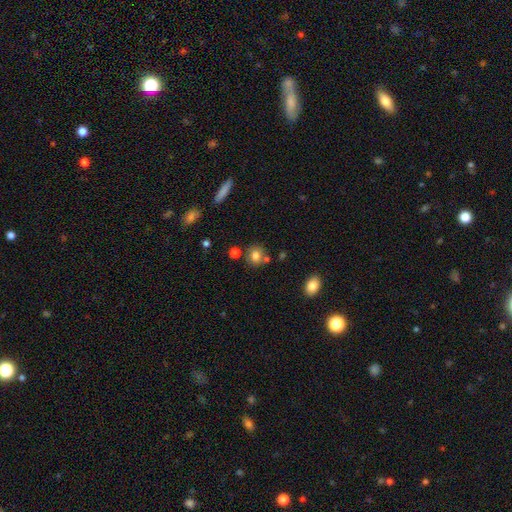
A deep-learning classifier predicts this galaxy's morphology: The model was most divided on "how rounded": round: 77%, in between: 22%, cigar-shaped: 1%. More confident: smooth or featured — smooth (80%); merging — none (72%).